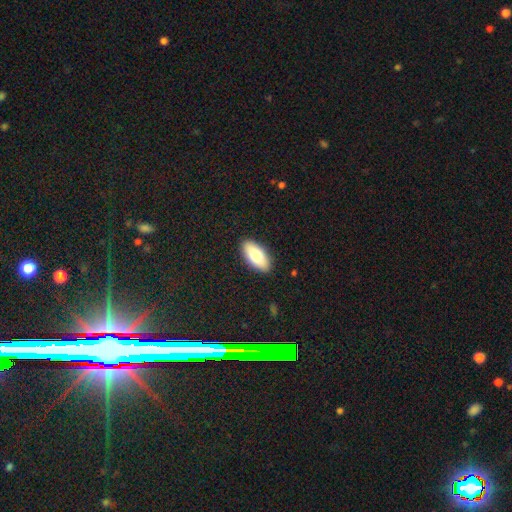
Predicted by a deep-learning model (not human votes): This appears to be a smooth galaxy with no disk features (80%) that is in between round and cigar-shaped (90%). Merging: none (89%).